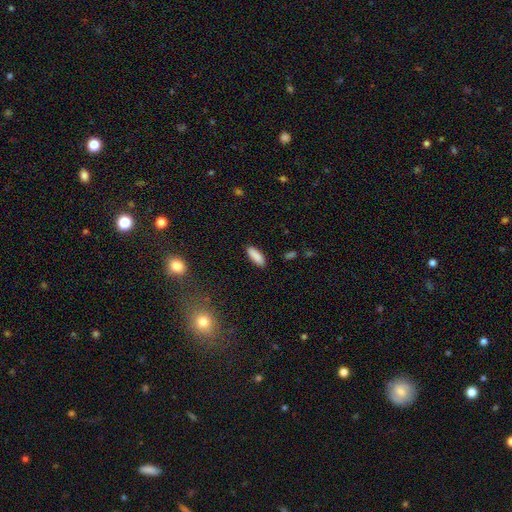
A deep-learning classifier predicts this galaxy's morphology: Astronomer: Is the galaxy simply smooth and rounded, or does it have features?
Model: smooth — 88%.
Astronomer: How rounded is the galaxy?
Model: in between — 56% (runner-up: cigar-shaped, 42%).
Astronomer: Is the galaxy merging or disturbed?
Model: none — 89%.